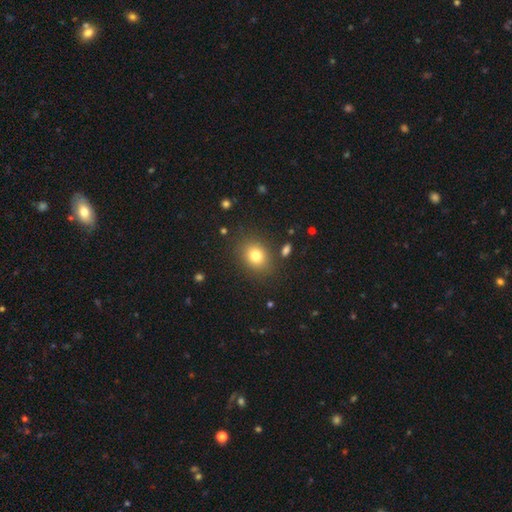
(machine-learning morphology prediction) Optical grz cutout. It shows a smooth galaxy with no disk features (79%) that is round (50%). Merging: none (85%).